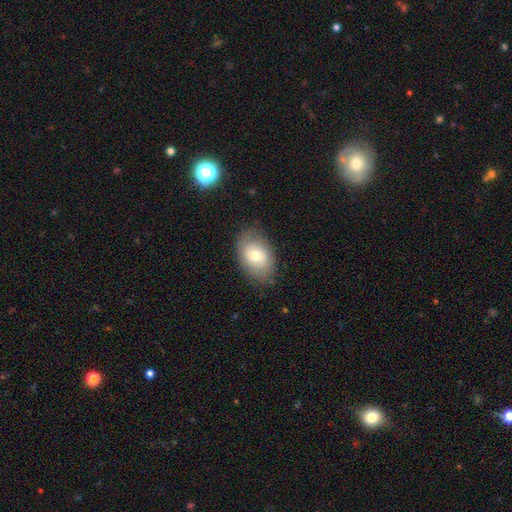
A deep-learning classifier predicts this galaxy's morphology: This appears to be a smooth galaxy with no disk features (68%) that is in between round and cigar-shaped (85%). Merging: none (82%).